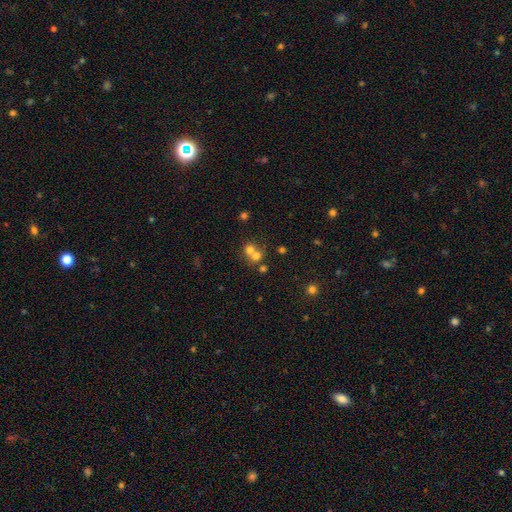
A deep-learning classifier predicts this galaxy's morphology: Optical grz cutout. It shows a smooth galaxy with no disk features (67%) that is round (79%). Merging: merger (59%).